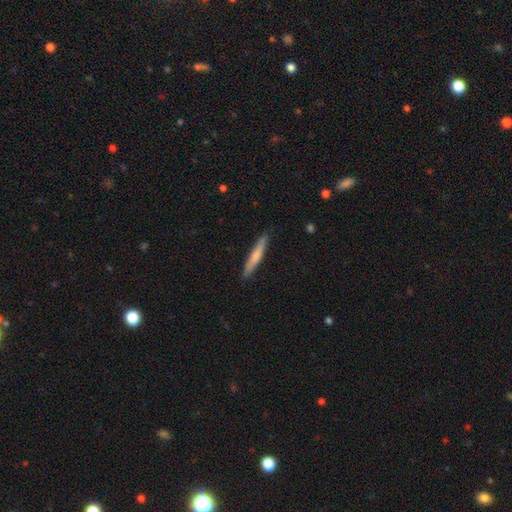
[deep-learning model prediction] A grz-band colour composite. It shows a smooth galaxy with no disk features (66%) that is cigar-shaped (94%). Merging: none (89%).